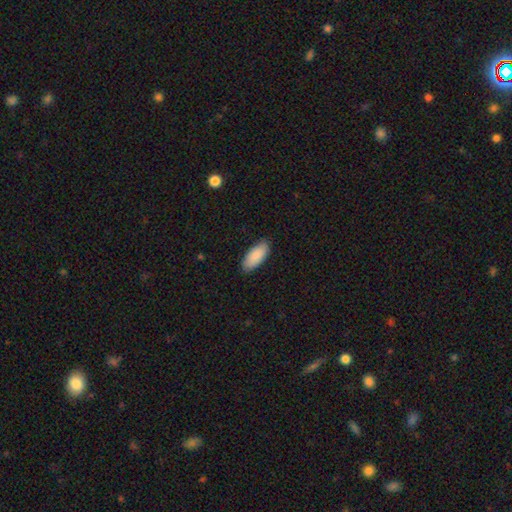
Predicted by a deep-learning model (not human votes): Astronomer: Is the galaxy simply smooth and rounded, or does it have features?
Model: smooth — 90%.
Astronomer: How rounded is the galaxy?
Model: in between — 88%.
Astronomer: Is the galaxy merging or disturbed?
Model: none — 86%.